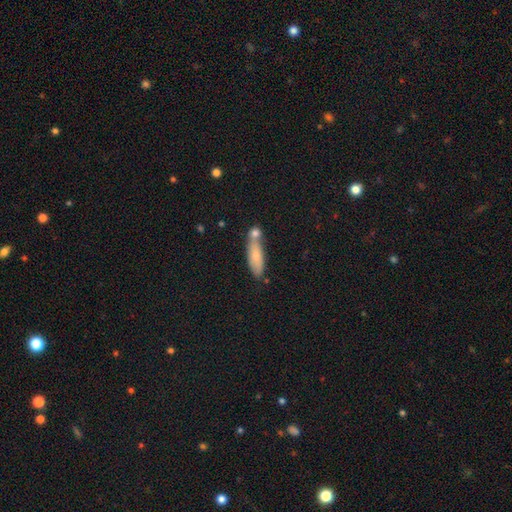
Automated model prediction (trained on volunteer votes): A smooth galaxy with no disk features (74%) that is cigar-shaped (53%).

Vote fractions:
- Smooth or featured? smooth: 74% / featured or disk: 19% / star or artifact: 7%
- How rounded? cigar-shaped: 53% / in between: 44% / round: 2%
- Merging? none: 48% / merger: 32% / minor disturbance: 15% / major disturbance: 4%